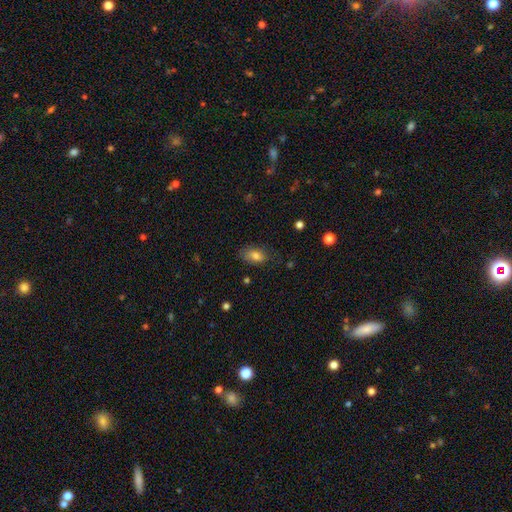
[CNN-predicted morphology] type=smooth (81%); roundness=in between (87%); merging=none (73%).